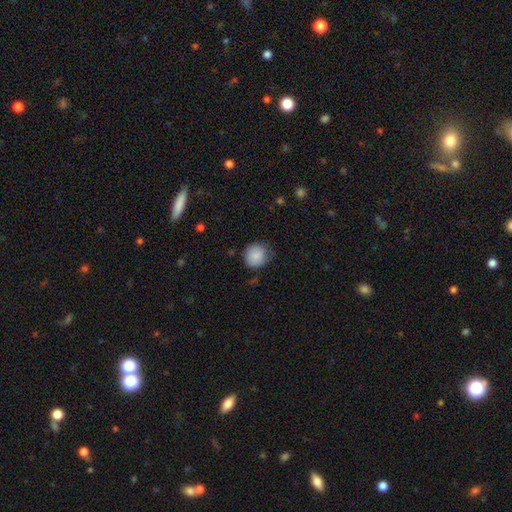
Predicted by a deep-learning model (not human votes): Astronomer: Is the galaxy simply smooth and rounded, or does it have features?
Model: smooth — 87%.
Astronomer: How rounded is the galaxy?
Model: round — 86%.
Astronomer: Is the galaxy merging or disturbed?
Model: none — 72%.